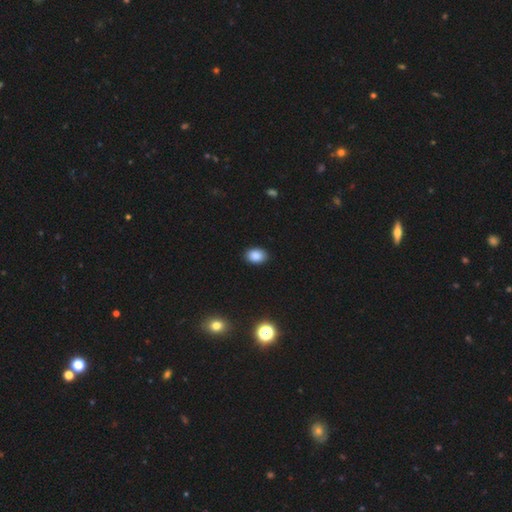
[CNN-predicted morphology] Smooth or featured? smooth (86%)
How rounded? in between (76%)
Merging? none (89%)